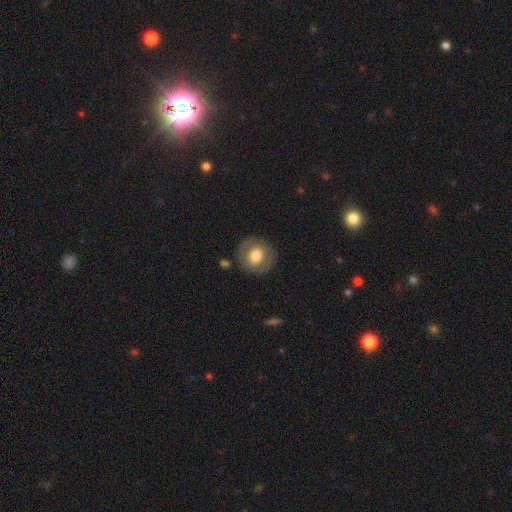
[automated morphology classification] The model was most divided on "smooth or featured": smooth: 63%, featured or disk: 30%, star or artifact: 7%. More confident: merging — none (84%); how rounded — round (84%).